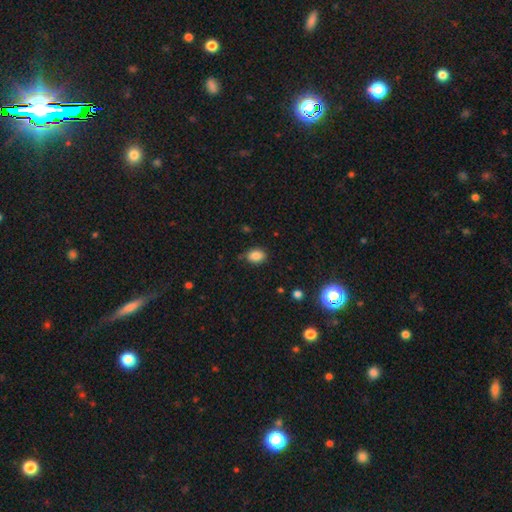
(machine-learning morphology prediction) smooth 85%, star or artifact 10%, featured or disk 5%. Down the decision tree: how rounded — in between (74%); merging — none (80%).